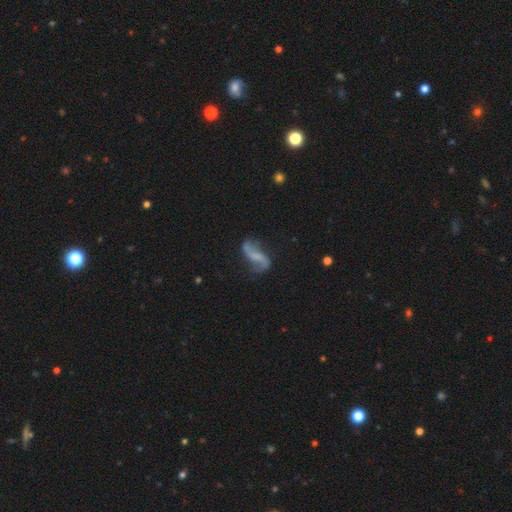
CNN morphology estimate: type=featured or disk (83%); edge-on=no (96%); bar=weak (39%, tied with no); spiral arms=yes (94%); winding=loose (85%); arm count=2 (92%); bulge=none (49%); merging=none (70%).